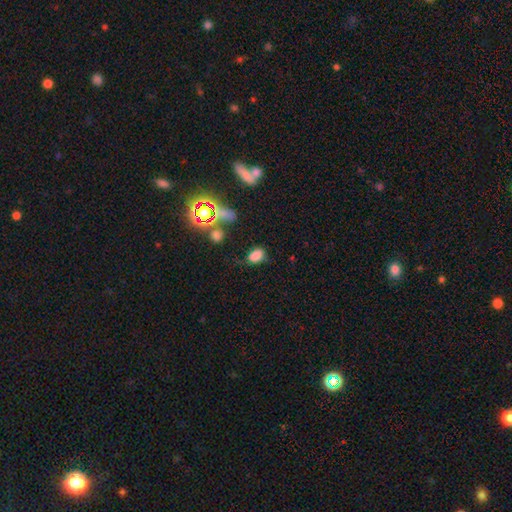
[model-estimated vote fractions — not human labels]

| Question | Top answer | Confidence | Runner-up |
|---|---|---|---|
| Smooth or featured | smooth | 75% | star or artifact (17%) |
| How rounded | in between | 80% | round (18%) |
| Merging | none | 60% | minor disturbance (24%) |